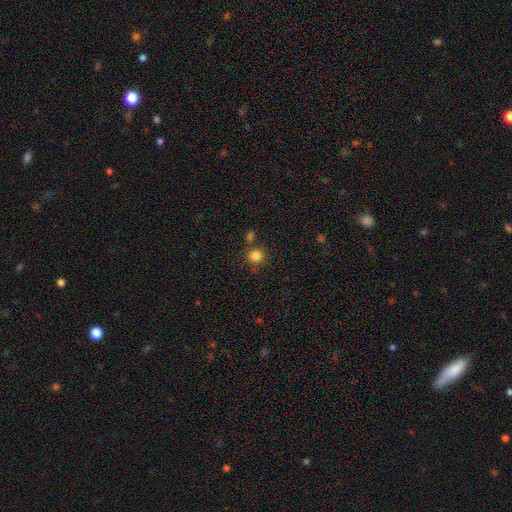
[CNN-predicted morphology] A smooth galaxy with no disk features (83%) that is round (90%).

Vote fractions:
- Smooth or featured? smooth: 83% / star or artifact: 12% / featured or disk: 5%
- How rounded? round: 90% / in between: 9% / cigar-shaped: 1%
- Merging? none: 75% / merger: 12% / minor disturbance: 9% / major disturbance: 3%